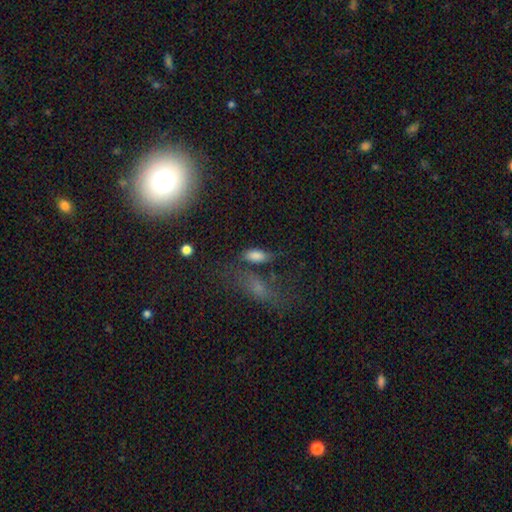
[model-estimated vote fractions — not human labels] Overall: smooth (78%). How rounded: in between (83%). Merging: none (54%; minor disturbance 20%).